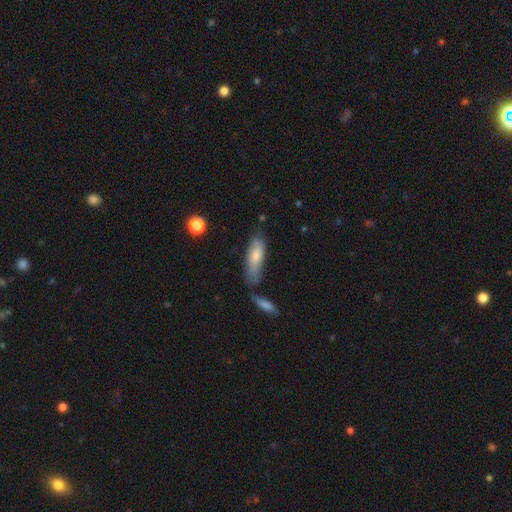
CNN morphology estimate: smooth 71%, featured or disk 23%, star or artifact 6%. Down the decision tree: how rounded — in between (57%); merging — none (53%).